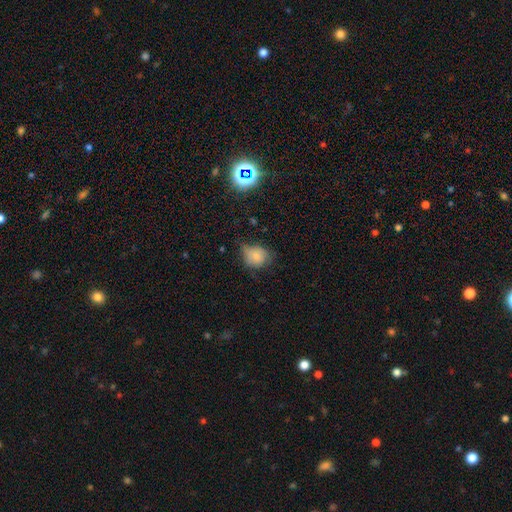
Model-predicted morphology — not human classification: This is likely a smooth galaxy (74%). How rounded: likely round (62%). Merging: possibly none (45%).